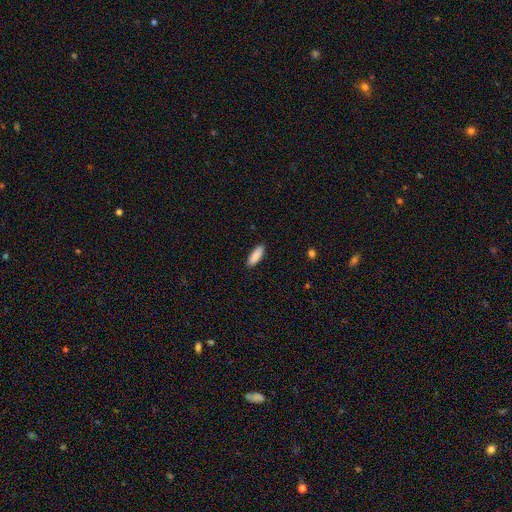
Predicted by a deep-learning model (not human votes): Smooth or featured? smooth (90%)
How rounded? in between (64%)
Merging? none (90%)